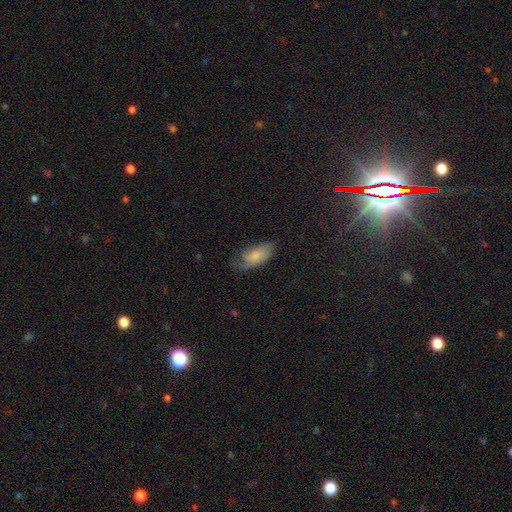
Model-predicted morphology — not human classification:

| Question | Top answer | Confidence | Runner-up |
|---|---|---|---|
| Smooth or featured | smooth | 71% | featured or disk (22%) |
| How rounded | in between | 90% | cigar-shaped (8%) |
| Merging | none | 46% | minor disturbance (35%) |